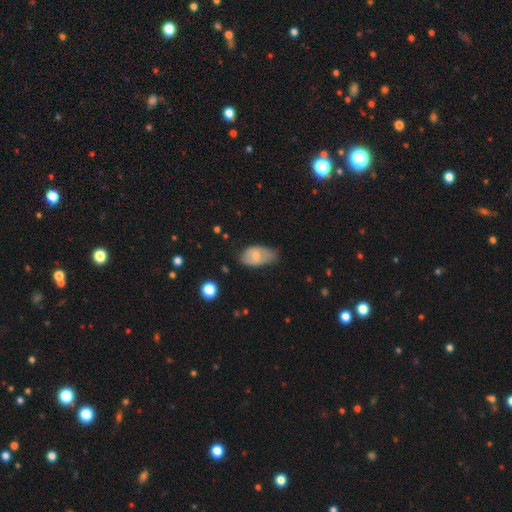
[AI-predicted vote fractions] smooth_or_featured: smooth (p=0.62) [alt: featured or disk p=0.31]
how_rounded: in between (p=0.90) [alt: round p=0.08]
merging: minor disturbance (p=0.46) [alt: none p=0.38]